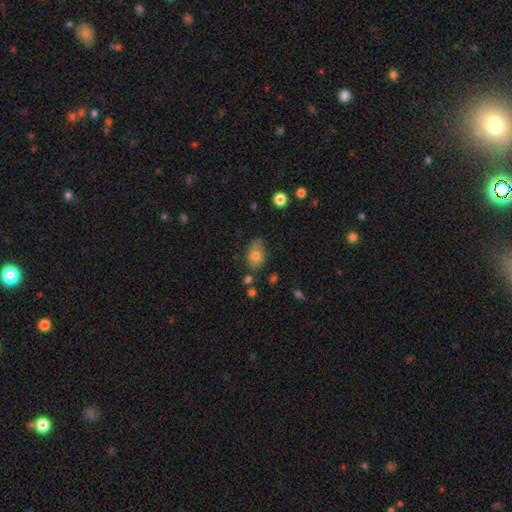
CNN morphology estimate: This is likely a smooth galaxy (74%). How rounded: clearly in between (83%). Merging: likely none (62%).